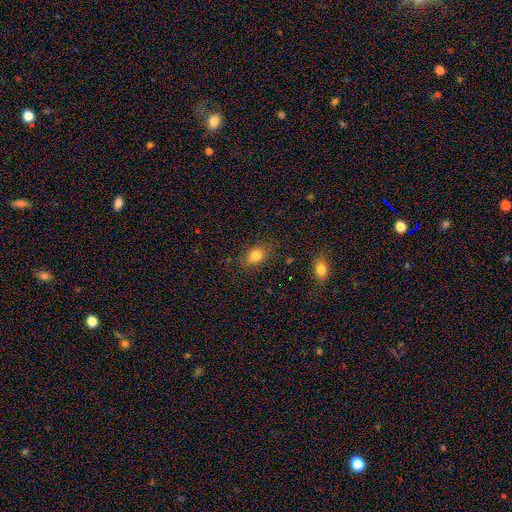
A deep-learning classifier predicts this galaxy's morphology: Smooth or featured?
  - smooth: 79% *
  - star or artifact: 13%
  - featured or disk: 8%
How rounded?
  - in between: 66% *
  - round: 31%
  - cigar-shaped: 2%
Merging?
  - none: 78% *
  - minor disturbance: 15%
  - major disturbance: 4%
  - merger: 3%